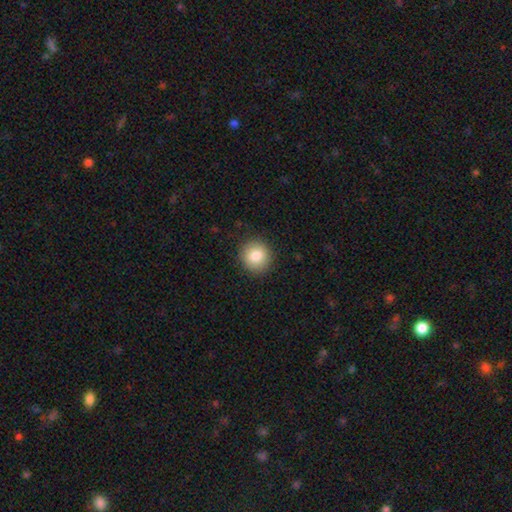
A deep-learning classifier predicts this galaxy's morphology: Overall: smooth (84%). How rounded: round (91%). Merging: none (90%).